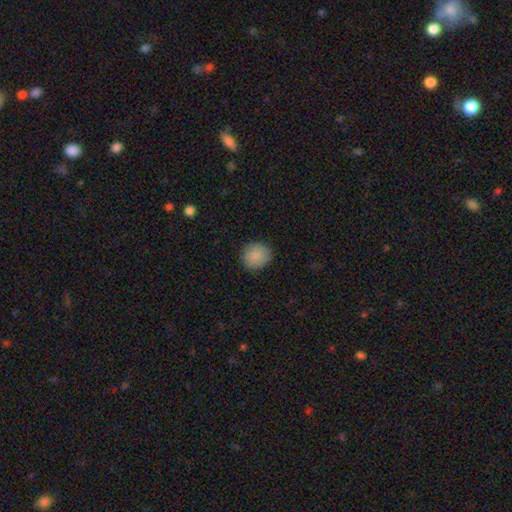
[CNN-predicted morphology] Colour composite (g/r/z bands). It shows a smooth galaxy with no disk features (88%) that is round (82%). Merging: none (88%).